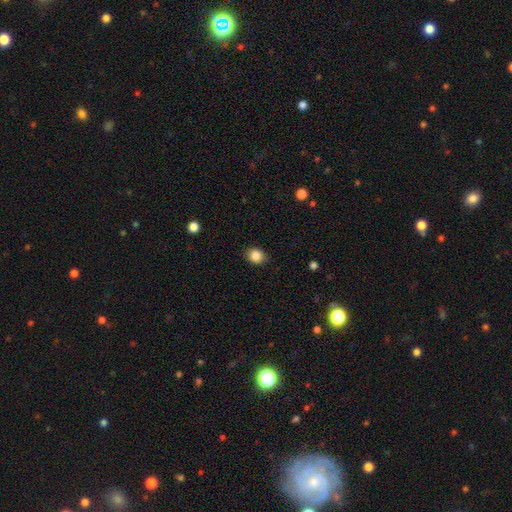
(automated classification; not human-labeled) Smooth or featured: smooth — 85% (star or artifact — 10%)
How rounded: round — 52% (in between — 47%)
Merging: none — 87% (minor disturbance — 10%)